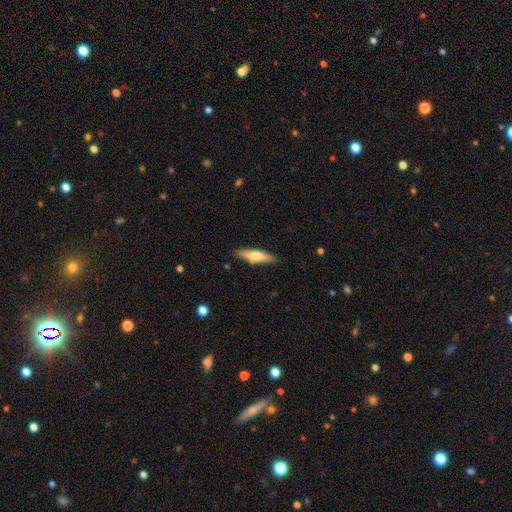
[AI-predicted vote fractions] Smooth or featured: smooth — 57% (featured or disk — 37%)
How rounded: cigar-shaped — 75% (in between — 23%)
Merging: none — 86% (minor disturbance — 10%)